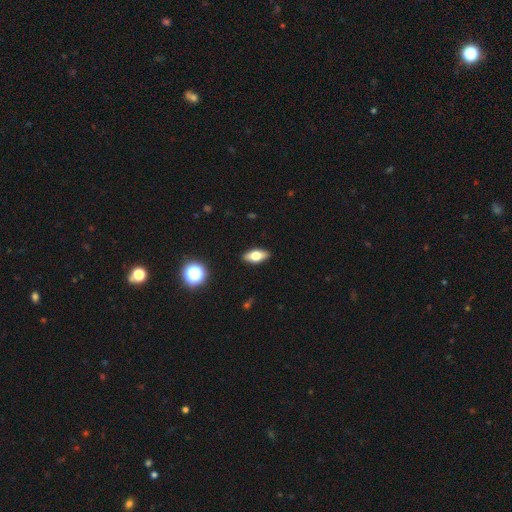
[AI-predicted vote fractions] Smooth or featured? Predicted: smooth (p=0.68). How rounded? Predicted: in between (p=0.82). Merging? Predicted: none (p=0.90).